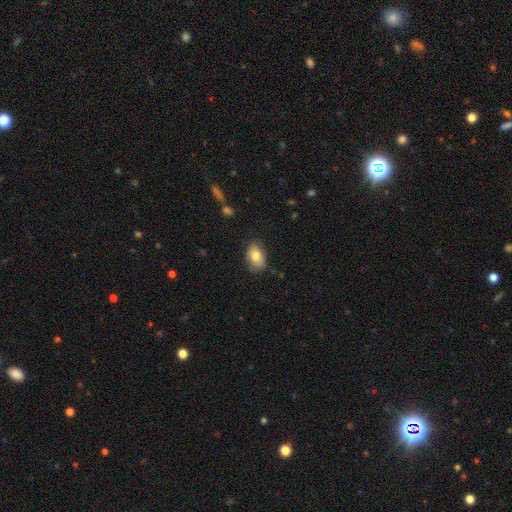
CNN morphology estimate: This appears to be a smooth galaxy with no disk features (79%) that is in between round and cigar-shaped (87%). Merging: none (77%).